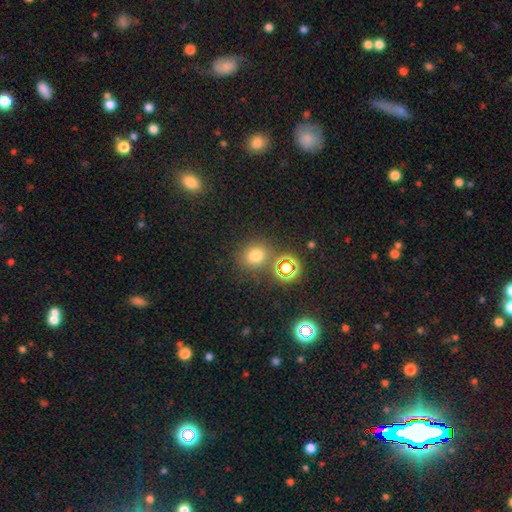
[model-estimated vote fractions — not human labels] smooth_or_featured: smooth (p=0.71) [alt: star or artifact p=0.22]
how_rounded: round (p=0.79) [alt: in between p=0.20]
merging: none (p=0.75) [alt: merger p=0.12]